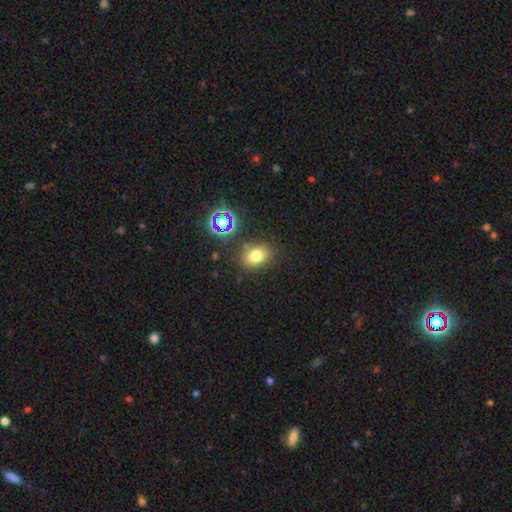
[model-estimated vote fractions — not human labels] The model was most divided on "how rounded": in between: 60%, round: 39%, cigar-shaped: 1%. More confident: merging — none (78%); smooth or featured — smooth (72%).